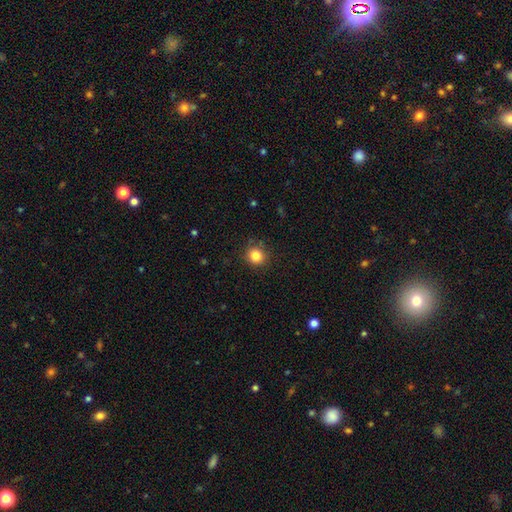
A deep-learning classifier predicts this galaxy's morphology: This is clearly a smooth galaxy (83%). How rounded: clearly round (89%). Merging: clearly none (87%).